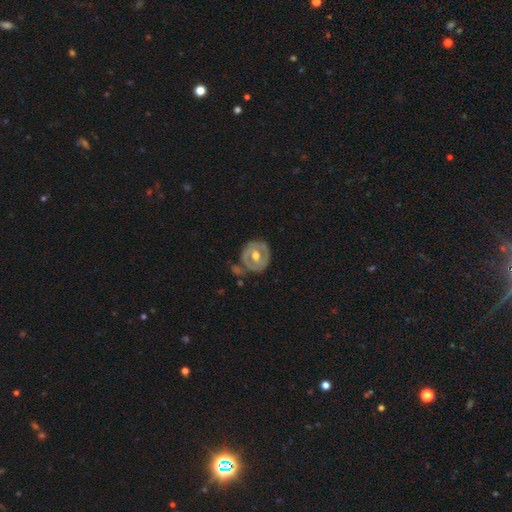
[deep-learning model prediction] Smooth or featured?
  - featured or disk: 66% *
  - smooth: 29%
  - star or artifact: 5%
Edge-on disk?
  - no: 96% *
  - yes: 4%
Bar?
  - no: 47% *
  - weak: 38%
  - strong: 15%
Spiral arms?
  - no: 54% *
  - yes: 46%
Bulge size?
  - moderate: 80% *
  - small: 11%
  - large: 8%
  - none: 1%
  - dominant: 1%
Merging?
  - none: 69% *
  - minor disturbance: 19%
  - merger: 6%
  - major disturbance: 6%